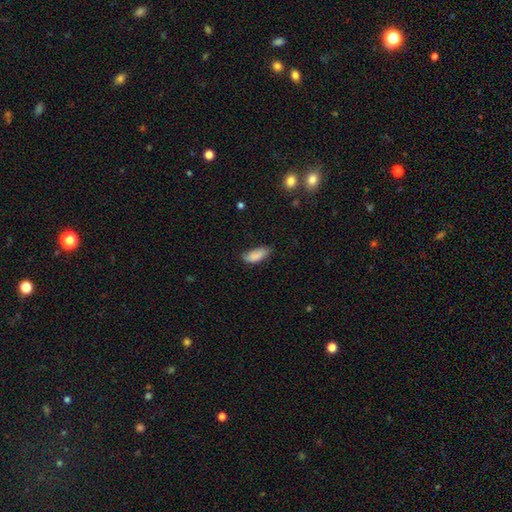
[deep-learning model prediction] A smooth galaxy with no disk features (86%) that is in between round and cigar-shaped (84%). Merging: none (65%).